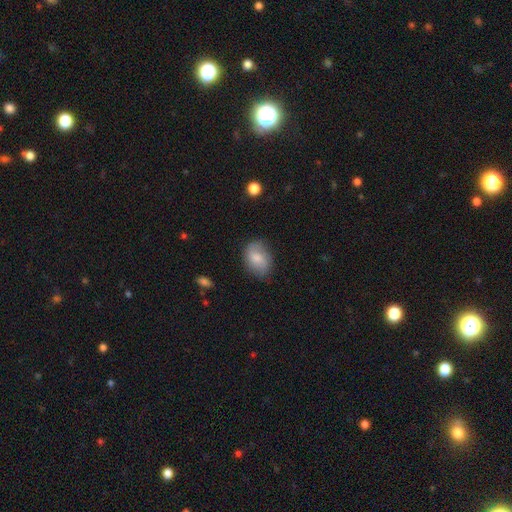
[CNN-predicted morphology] Smooth or featured? smooth (71%)
How rounded? in between (73%)
Merging? none (71%)